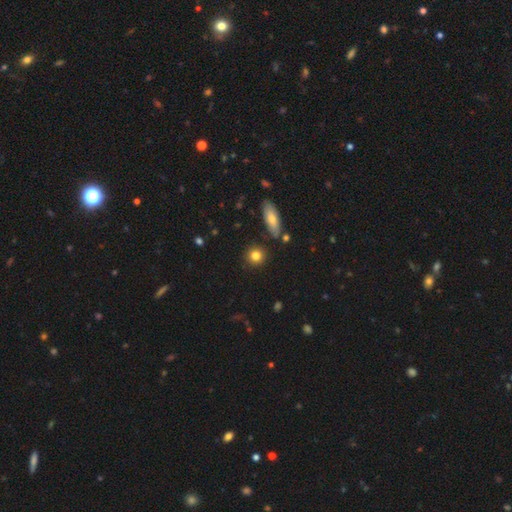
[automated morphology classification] Smooth or featured?
  - smooth: 83% *
  - star or artifact: 10%
  - featured or disk: 8%
How rounded?
  - round: 87% *
  - in between: 11%
  - cigar-shaped: 2%
Merging?
  - none: 87% *
  - minor disturbance: 8%
  - merger: 4%
  - major disturbance: 2%